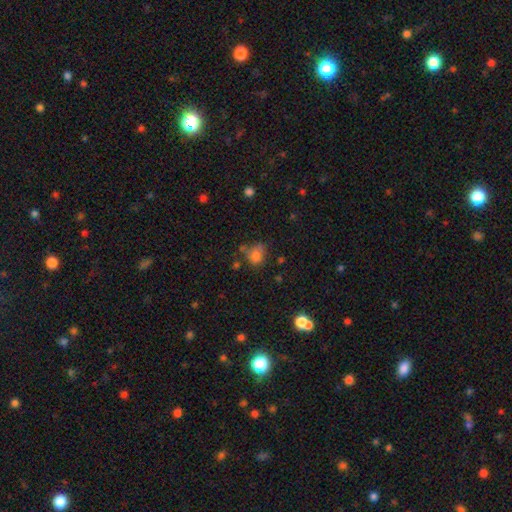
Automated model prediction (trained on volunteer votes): Smooth or featured? Predicted: smooth (p=0.74). How rounded? Predicted: round (p=0.55). Merging? Predicted: none (p=0.43).